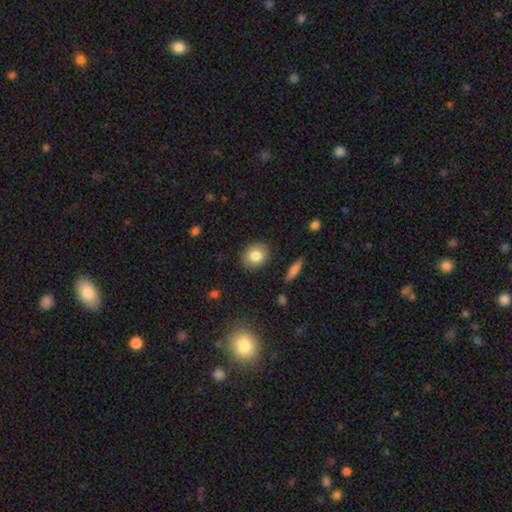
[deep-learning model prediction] This is likely a smooth galaxy (80%). How rounded: likely round (63%). Merging: clearly none (87%).